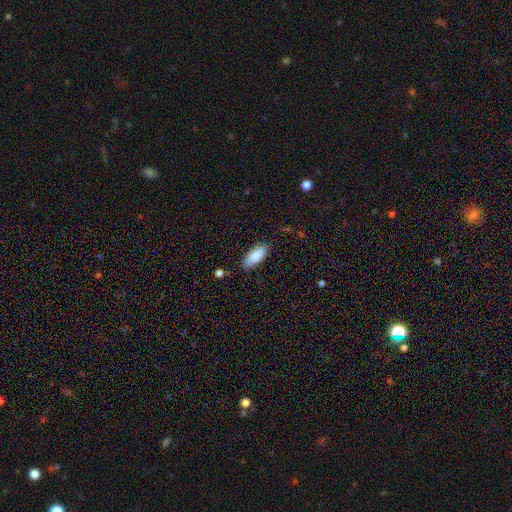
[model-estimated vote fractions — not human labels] Overall: smooth (88%). How rounded: in between (86%). Merging: none (82%).